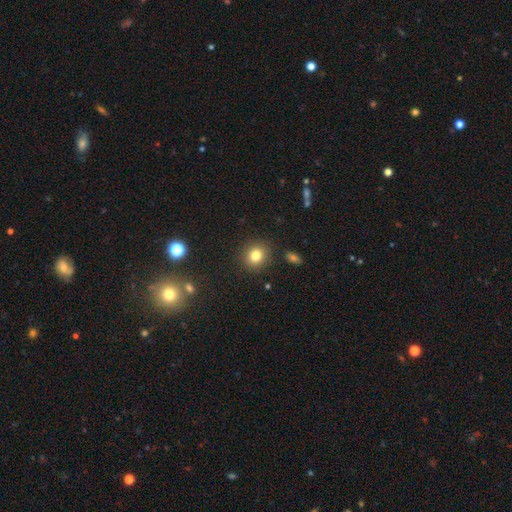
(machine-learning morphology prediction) Overall: smooth (81%). How rounded: round (84%). Merging: none (89%).